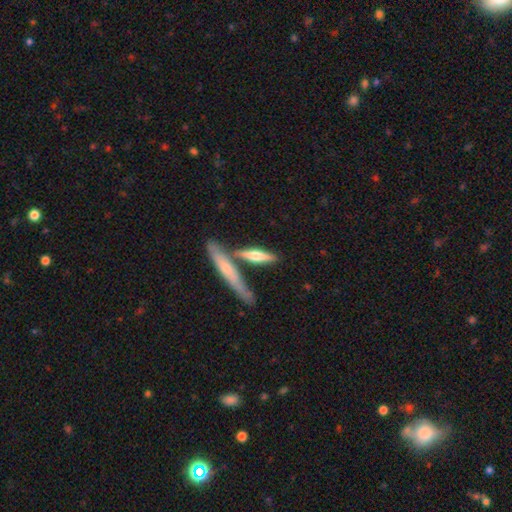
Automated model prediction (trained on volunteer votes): smooth_or_featured: featured or disk (p=0.49) [alt: smooth p=0.45]
merging: none (p=0.56) [alt: merger p=0.27]